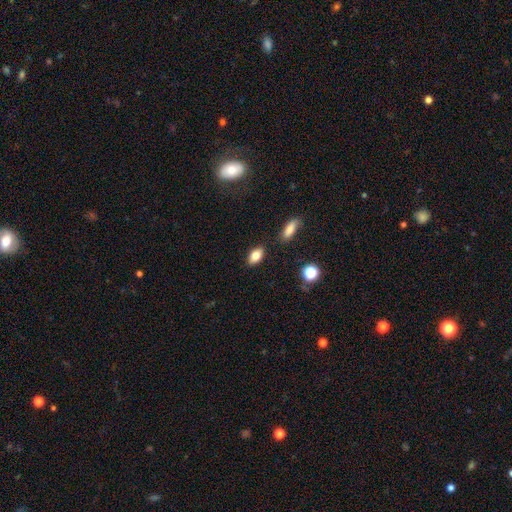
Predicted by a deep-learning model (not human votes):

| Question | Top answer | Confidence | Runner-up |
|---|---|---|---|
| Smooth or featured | smooth | 81% | featured or disk (10%) |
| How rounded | in between | 88% | round (9%) |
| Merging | none | 84% | minor disturbance (10%) |